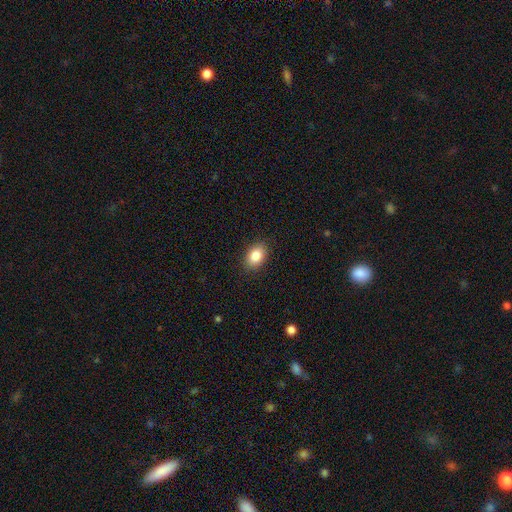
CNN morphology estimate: This appears to be a smooth galaxy with no disk features (85%) that is in between round and cigar-shaped (80%). Merging: none (88%).